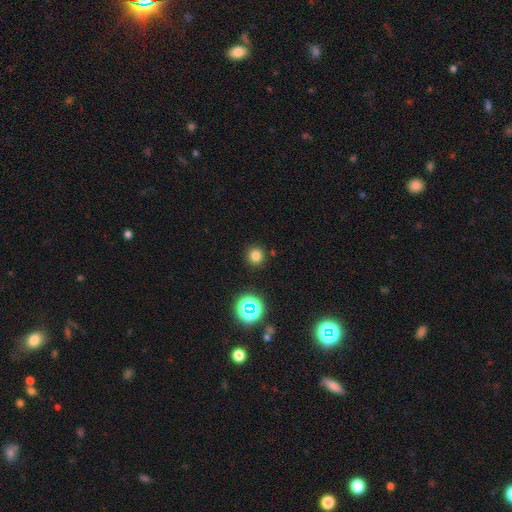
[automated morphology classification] Smooth or featured?
  - smooth: 75% *
  - star or artifact: 19%
  - featured or disk: 6%
How rounded?
  - round: 93% *
  - in between: 6%
  - cigar-shaped: 1%
Merging?
  - none: 90% *
  - minor disturbance: 6%
  - major disturbance: 2%
  - merger: 2%